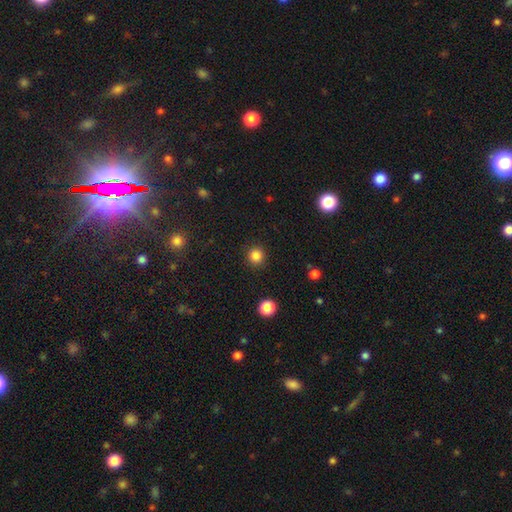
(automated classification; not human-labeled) Smooth or featured? smooth (84%)
How rounded? round (93%)
Merging? none (91%)